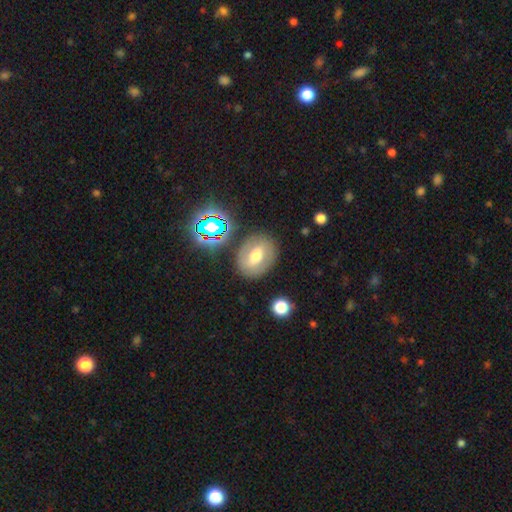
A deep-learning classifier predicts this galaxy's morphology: smooth-or-featured: smooth: 46% | featured or disk: 42% | star or artifact: 12%
  merging: none: 82% | minor disturbance: 11% | major disturbance: 4% | merger: 3%